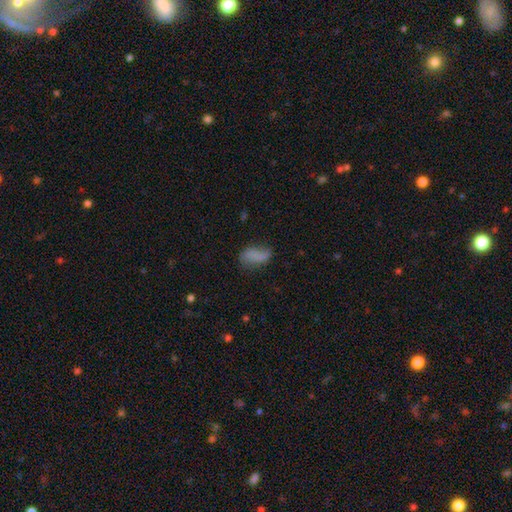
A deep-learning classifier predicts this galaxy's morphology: A smooth galaxy with no disk features (68%) that is in between round and cigar-shaped (88%). Merging: none (51%).